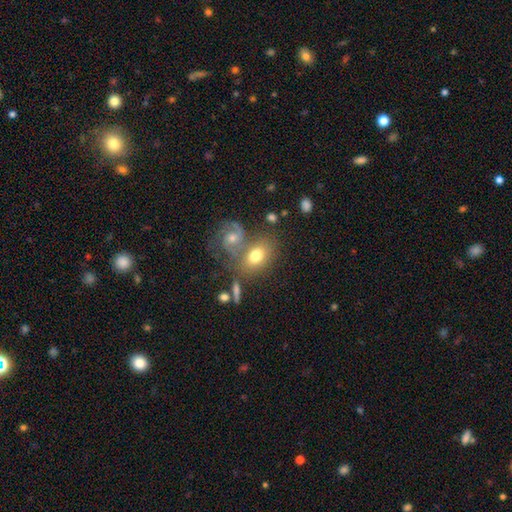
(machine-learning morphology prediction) Q: Smooth or featured?
A: smooth (60%); runner-up: featured or disk (30%)
Q: How rounded?
A: in between (73%); runner-up: round (25%)
Q: Merging?
A: none (48%); runner-up: merger (32%)